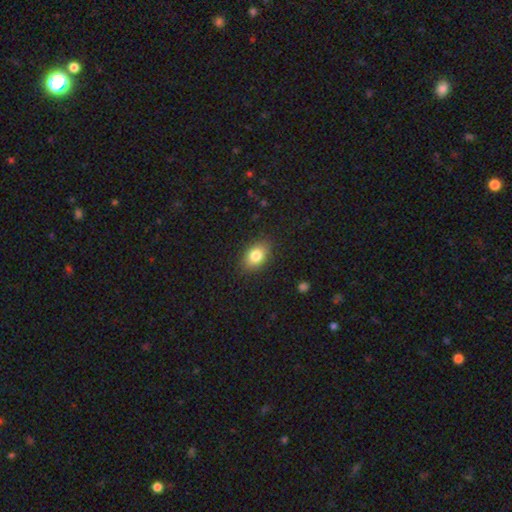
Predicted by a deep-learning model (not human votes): smooth-or-featured: smooth: 82% | featured or disk: 9% | star or artifact: 8%
  how-rounded: in between: 83% | round: 15% | cigar-shaped: 2%
  merging: none: 87% | minor disturbance: 10% | major disturbance: 2% | merger: 1%